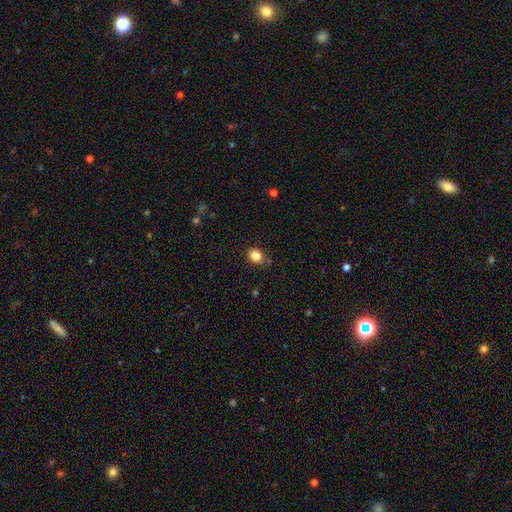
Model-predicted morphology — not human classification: The model was most divided on "how rounded": round: 65%, in between: 34%, cigar-shaped: 1%. More confident: merging — none (85%); smooth or featured — smooth (83%).